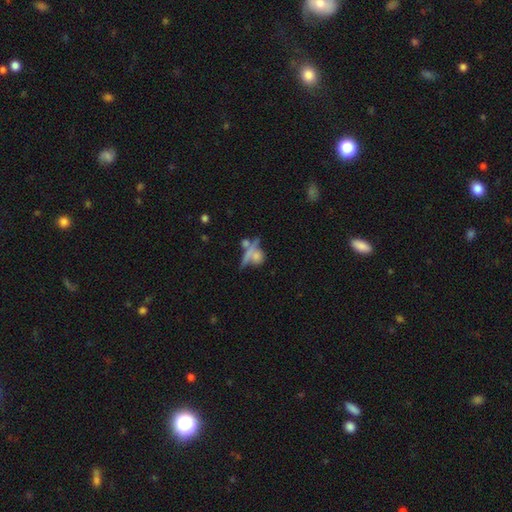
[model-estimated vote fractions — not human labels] Morphology: type=smooth (58%); roundness=round (42%); merging=merger (43%).